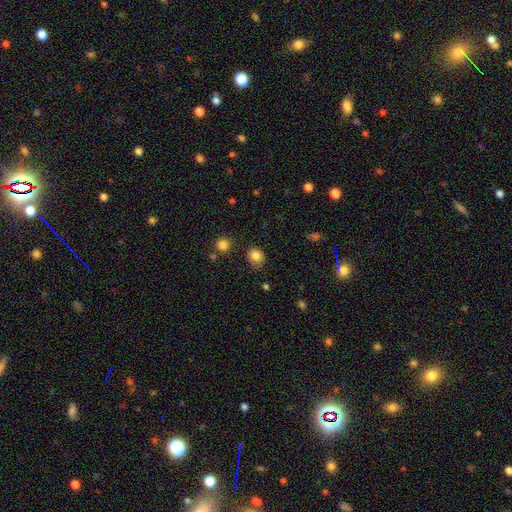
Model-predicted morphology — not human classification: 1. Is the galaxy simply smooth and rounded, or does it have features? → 83% smooth, 11% star or artifact, 6% featured or disk.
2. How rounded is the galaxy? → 68% round, 31% in between, 1% cigar-shaped.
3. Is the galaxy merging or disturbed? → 79% none, 15% minor disturbance, 3% major disturbance, 2% merger.